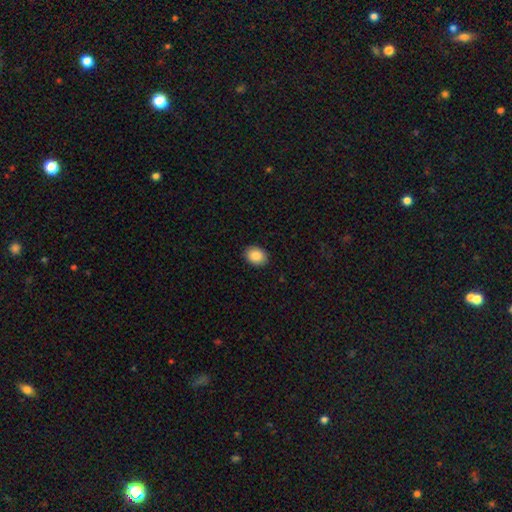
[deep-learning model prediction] Morphology: type=smooth (88%); roundness=in between (67%); merging=none (89%).